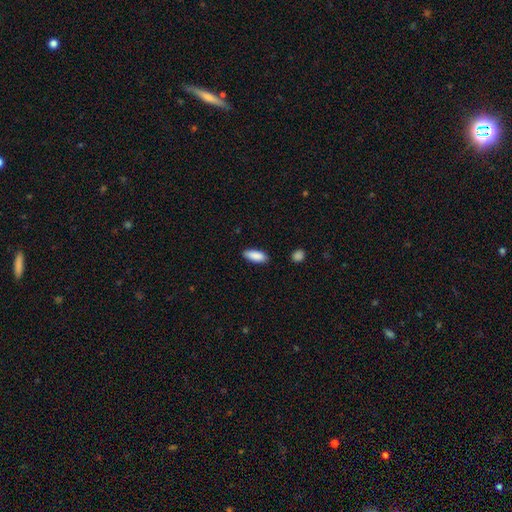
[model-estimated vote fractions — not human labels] smooth_or_featured: smooth (p=0.89) [alt: star or artifact p=0.06]
how_rounded: in between (p=0.78) [alt: cigar-shaped p=0.21]
merging: none (p=0.85) [alt: minor disturbance p=0.11]